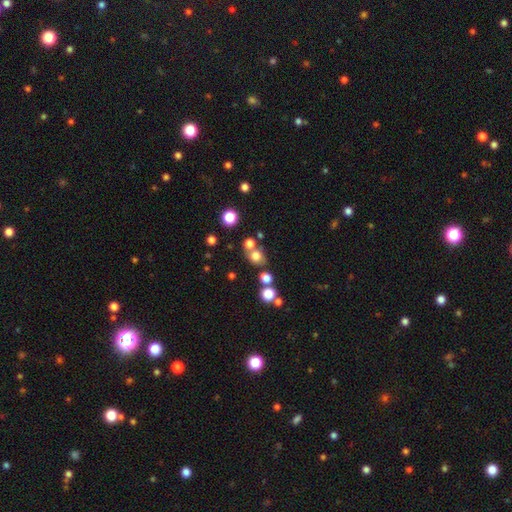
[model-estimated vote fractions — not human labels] Smooth or featured?
  - smooth: 73% *
  - star or artifact: 17%
  - featured or disk: 9%
How rounded?
  - round: 75% *
  - in between: 24%
  - cigar-shaped: 1%
Merging?
  - none: 61% *
  - merger: 24%
  - minor disturbance: 11%
  - major disturbance: 5%